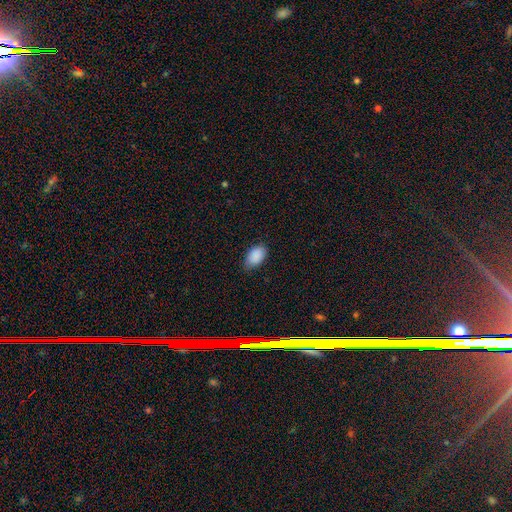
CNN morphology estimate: Overall: smooth (90%). How rounded: in between (92%). Merging: none (75%).